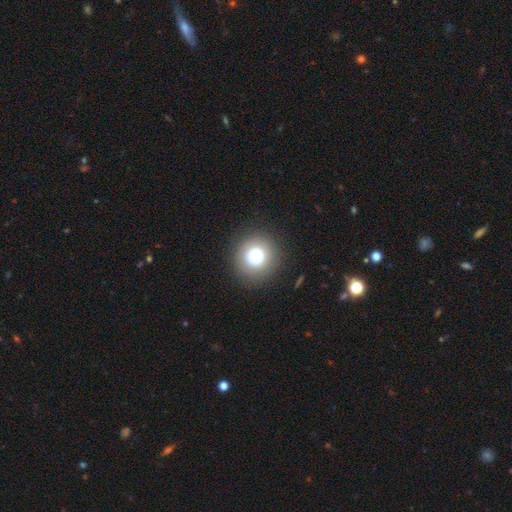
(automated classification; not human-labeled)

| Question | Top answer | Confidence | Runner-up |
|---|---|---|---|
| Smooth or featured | smooth | 77% | star or artifact (13%) |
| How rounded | round | 93% | in between (6%) |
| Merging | none | 89% | minor disturbance (6%) |